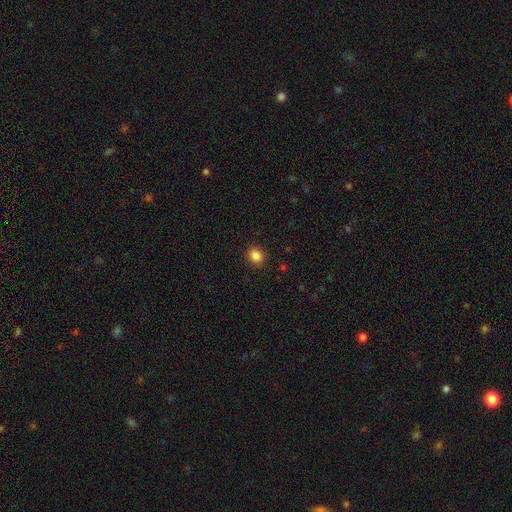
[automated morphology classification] smooth_or_featured: smooth (p=0.86) [alt: star or artifact p=0.11]
how_rounded: round (p=0.75) [alt: in between p=0.24]
merging: none (p=0.91) [alt: minor disturbance p=0.06]